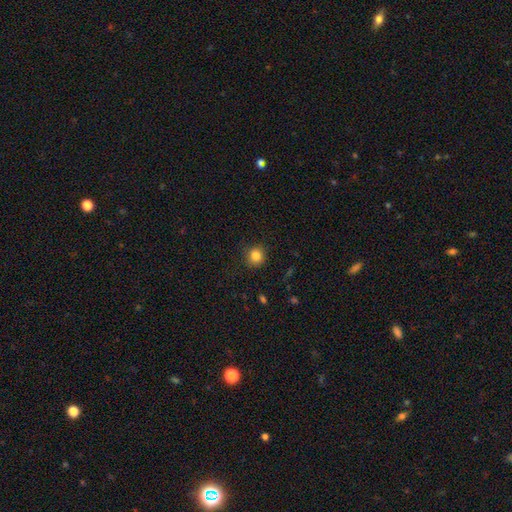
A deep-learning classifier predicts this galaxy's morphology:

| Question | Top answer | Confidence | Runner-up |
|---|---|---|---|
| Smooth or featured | smooth | 84% | star or artifact (11%) |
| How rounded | round | 91% | in between (8%) |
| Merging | none | 89% | minor disturbance (8%) |